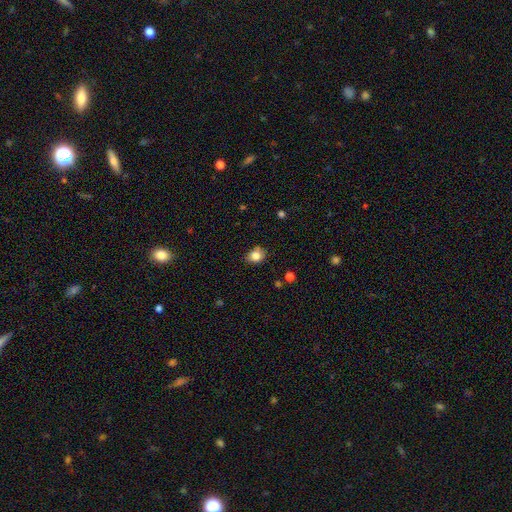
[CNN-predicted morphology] Smooth or featured: smooth — 82% (star or artifact — 10%)
How rounded: round — 50% (in between — 49%)
Merging: none — 69% (minor disturbance — 24%)